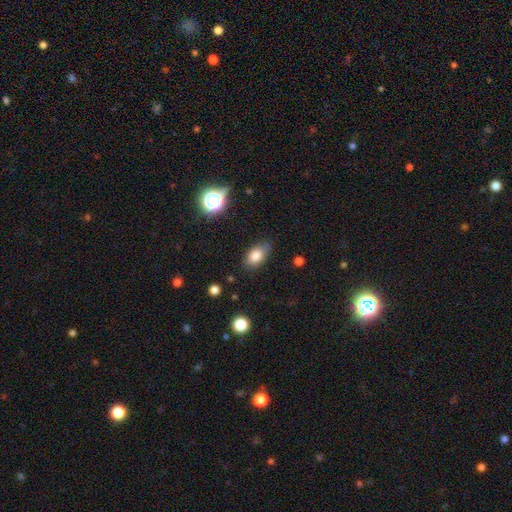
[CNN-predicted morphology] The model was most divided on "merging": none: 75%, minor disturbance: 20%, major disturbance: 4%, merger: 2%. More confident: how rounded — in between (88%); smooth or featured — smooth (80%).